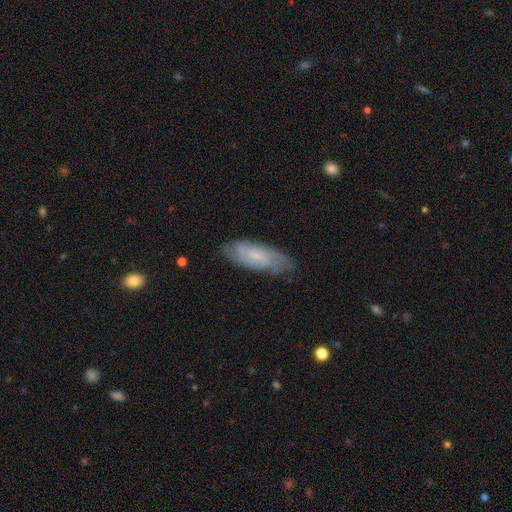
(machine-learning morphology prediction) Smooth or featured? featured or disk (51%)
Edge-on disk? no (83%)
Merging? none (73%)